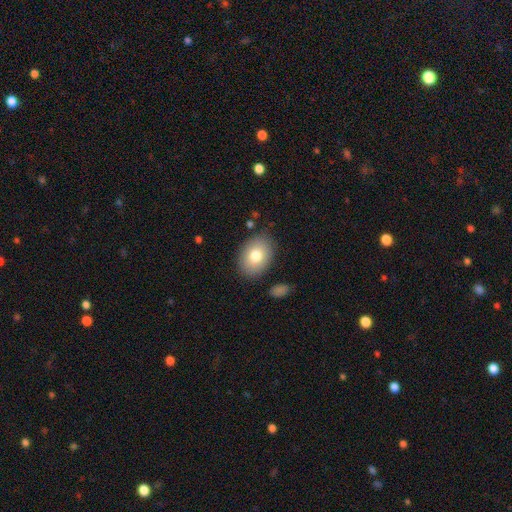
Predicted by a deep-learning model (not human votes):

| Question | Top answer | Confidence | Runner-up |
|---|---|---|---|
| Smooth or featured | smooth | 78% | featured or disk (14%) |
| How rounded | in between | 74% | round (25%) |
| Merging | none | 84% | minor disturbance (11%) |